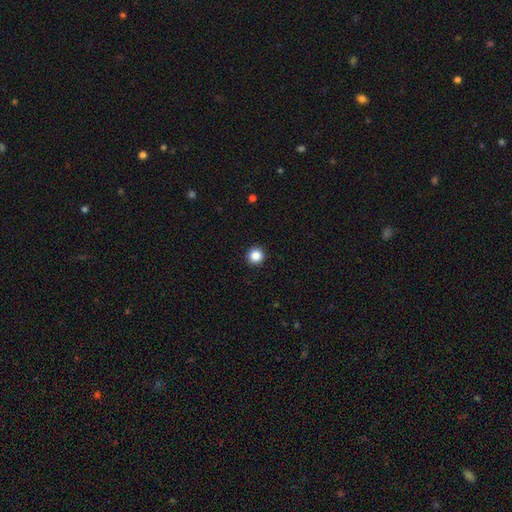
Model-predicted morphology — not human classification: Smooth or featured?
  - smooth: 87% *
  - star or artifact: 10%
  - featured or disk: 3%
How rounded?
  - round: 96% *
  - in between: 4%
  - cigar-shaped: 1%
Merging?
  - none: 93% *
  - minor disturbance: 4%
  - major disturbance: 1%
  - merger: 1%